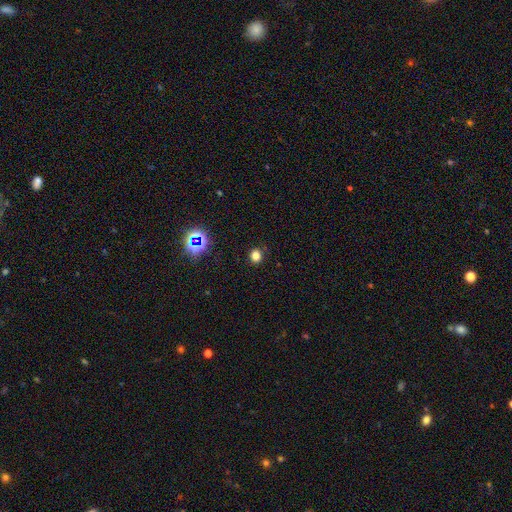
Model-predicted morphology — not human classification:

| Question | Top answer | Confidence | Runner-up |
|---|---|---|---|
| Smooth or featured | smooth | 74% | star or artifact (21%) |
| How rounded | round | 76% | in between (23%) |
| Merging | none | 87% | minor disturbance (9%) |